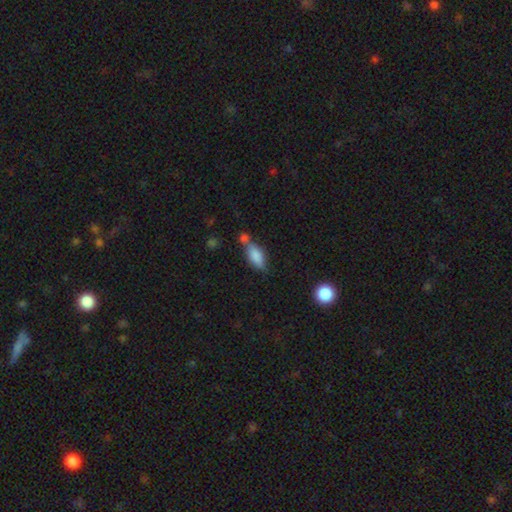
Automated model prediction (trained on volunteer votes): A smooth galaxy with no disk features (79%) that is in between round and cigar-shaped (79%). Merging: none (45%).